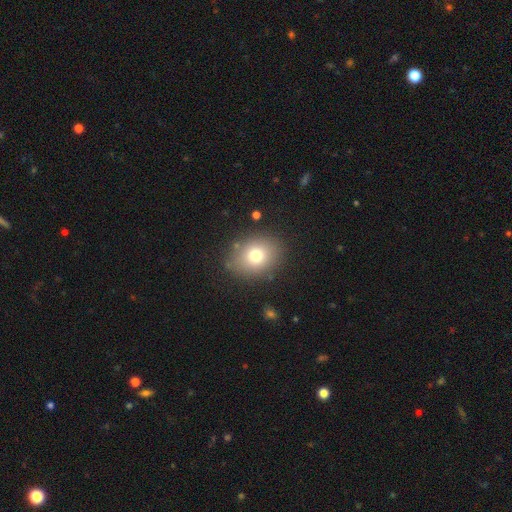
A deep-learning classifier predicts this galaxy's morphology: smooth-or-featured: smooth: 76% | featured or disk: 12% | star or artifact: 12%
  how-rounded: round: 53% | in between: 46% | cigar-shaped: 1%
  merging: none: 84% | minor disturbance: 10% | major disturbance: 4% | merger: 2%